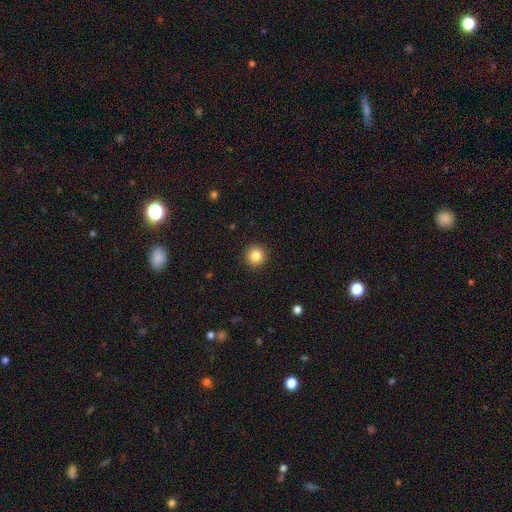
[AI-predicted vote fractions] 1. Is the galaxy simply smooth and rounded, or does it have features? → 84% smooth, 11% star or artifact, 6% featured or disk.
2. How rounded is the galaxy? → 95% round, 4% in between, 1% cigar-shaped.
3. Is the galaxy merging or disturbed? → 93% none, 5% minor disturbance, 2% major disturbance, 1% merger.